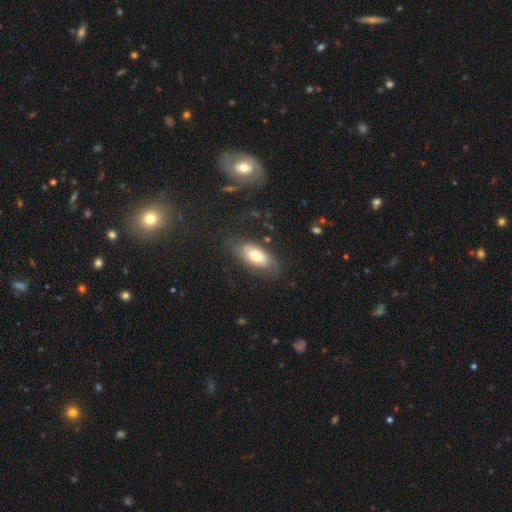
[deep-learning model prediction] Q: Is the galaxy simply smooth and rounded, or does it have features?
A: smooth — 52%.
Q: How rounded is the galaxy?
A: in between — 88%.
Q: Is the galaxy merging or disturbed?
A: none — 61%.